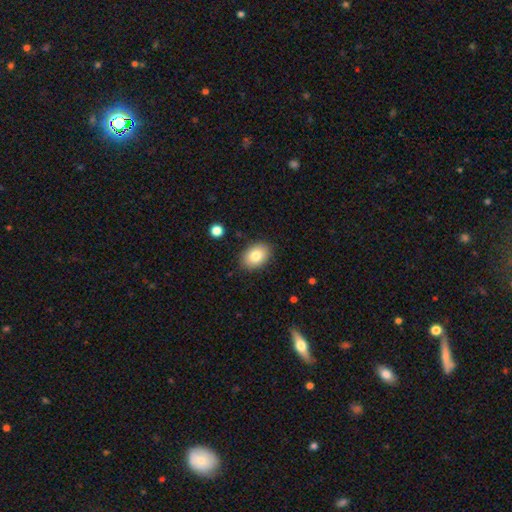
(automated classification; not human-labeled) The model was most divided on "how rounded": in between: 79%, round: 20%, cigar-shaped: 1%. More confident: merging — none (87%); smooth or featured — smooth (82%).